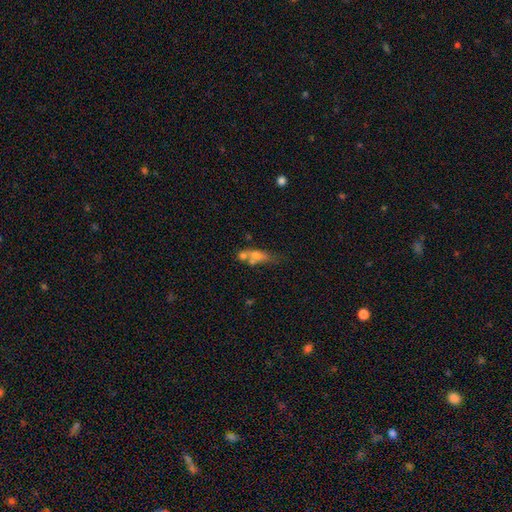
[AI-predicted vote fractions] Smooth or featured? Predicted: smooth (p=0.58). How rounded? Predicted: in between (p=0.57). Merging? Predicted: merger (p=0.41).